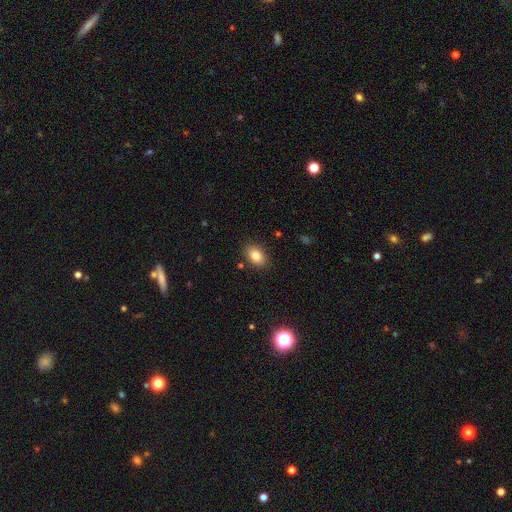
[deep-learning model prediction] smooth_or_featured: smooth (p=0.83) [alt: star or artifact p=0.09]
how_rounded: in between (p=0.82) [alt: round p=0.17]
merging: none (p=0.86) [alt: minor disturbance p=0.09]